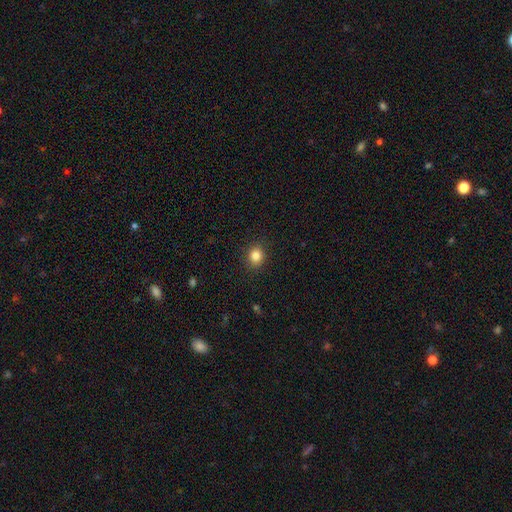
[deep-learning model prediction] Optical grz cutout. It shows a smooth galaxy with no disk features (84%) that is round (72%). Merging: none (89%).